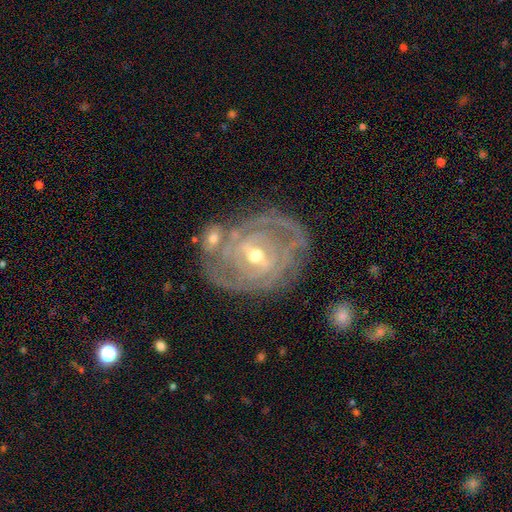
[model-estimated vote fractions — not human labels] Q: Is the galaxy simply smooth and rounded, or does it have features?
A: featured or disk — 87%.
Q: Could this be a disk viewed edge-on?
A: no — 96%.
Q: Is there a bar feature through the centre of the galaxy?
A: weak — 48%.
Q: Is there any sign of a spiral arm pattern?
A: yes — 88%.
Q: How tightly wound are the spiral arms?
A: tight — 73%.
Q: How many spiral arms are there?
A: can't tell — 38%.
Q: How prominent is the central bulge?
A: moderate — 56%.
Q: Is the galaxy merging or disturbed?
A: none — 64%.